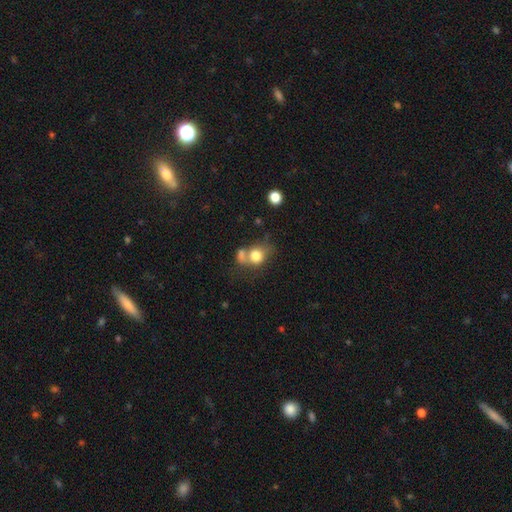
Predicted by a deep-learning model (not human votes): Smooth or featured? smooth (77%)
How rounded? round (64%)
Merging? merger (41%)